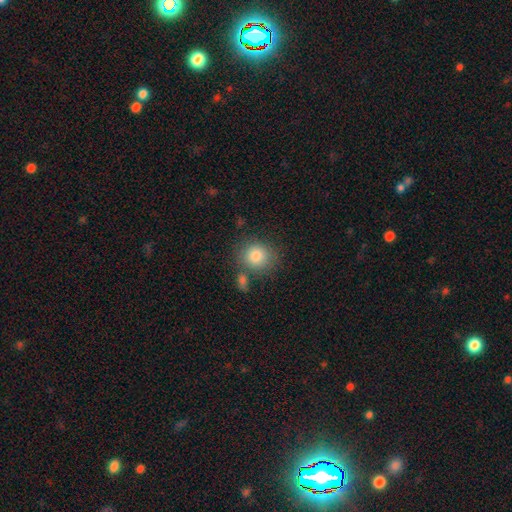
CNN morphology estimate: type=smooth (83%); roundness=round (83%); merging=none (69%).